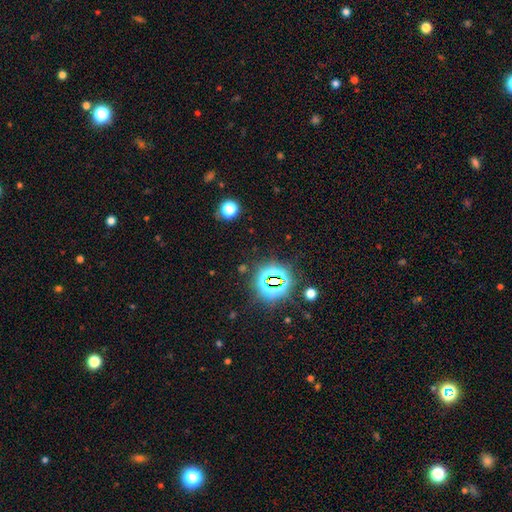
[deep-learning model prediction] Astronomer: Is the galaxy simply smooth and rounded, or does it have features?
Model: star or artifact — 78%.